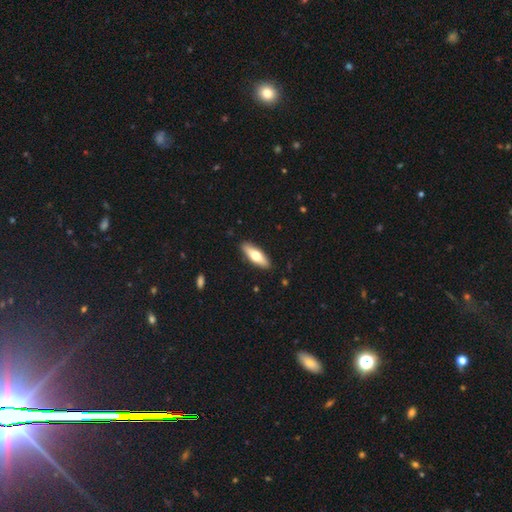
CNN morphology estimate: A smooth galaxy with no disk features (59%) that is in between round and cigar-shaped (51%). Merging: none (90%).